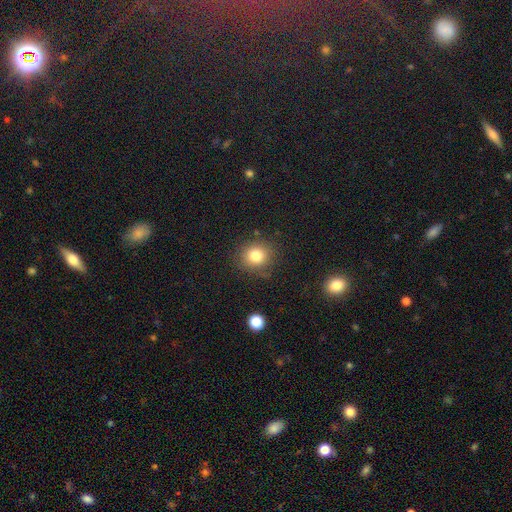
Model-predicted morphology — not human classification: The model was most divided on "how rounded": round: 82%, in between: 17%, cigar-shaped: 1%. More confident: merging — none (81%); smooth or featured — smooth (80%).